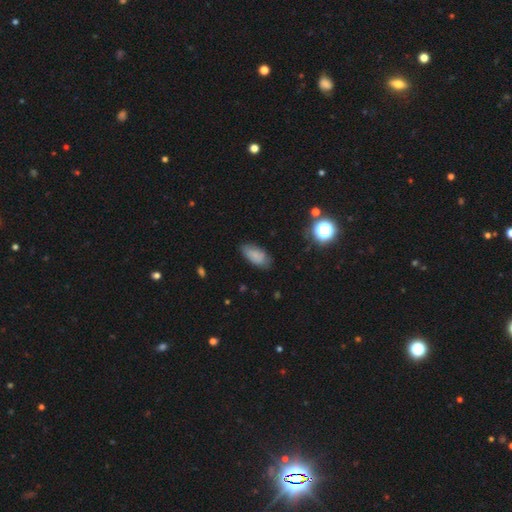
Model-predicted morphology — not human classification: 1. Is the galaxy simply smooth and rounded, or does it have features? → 76% smooth, 14% featured or disk, 10% star or artifact.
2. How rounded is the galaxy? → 91% in between, 5% cigar-shaped, 3% round.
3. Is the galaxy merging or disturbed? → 71% none, 22% minor disturbance, 5% major disturbance, 2% merger.